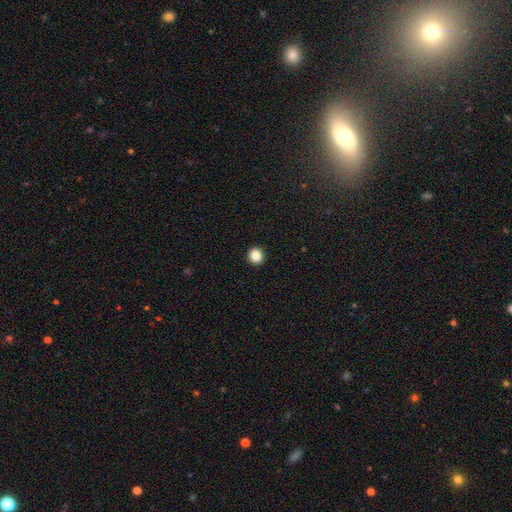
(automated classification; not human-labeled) This is clearly a smooth galaxy (87%). How rounded: clearly round (90%). Merging: clearly none (94%).